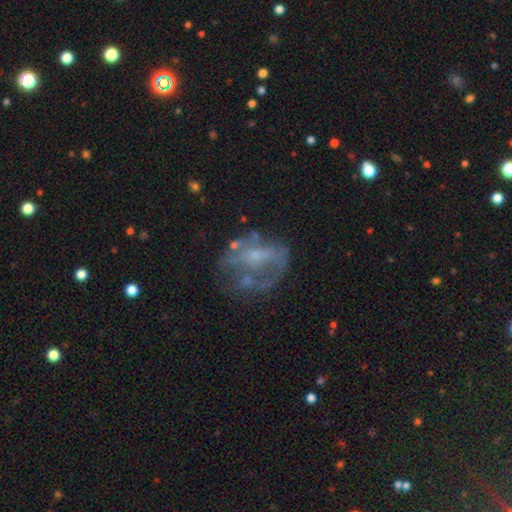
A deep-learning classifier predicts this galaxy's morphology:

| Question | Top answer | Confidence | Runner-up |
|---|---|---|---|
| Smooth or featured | featured or disk | 65% | smooth (23%) |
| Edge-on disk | no | 96% | yes (4%) |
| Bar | no | 63% | weak (28%) |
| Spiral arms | no | 63% | yes (37%) |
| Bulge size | small | 57% | moderate (21%) |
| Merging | none | 43% | major disturbance (29%) |